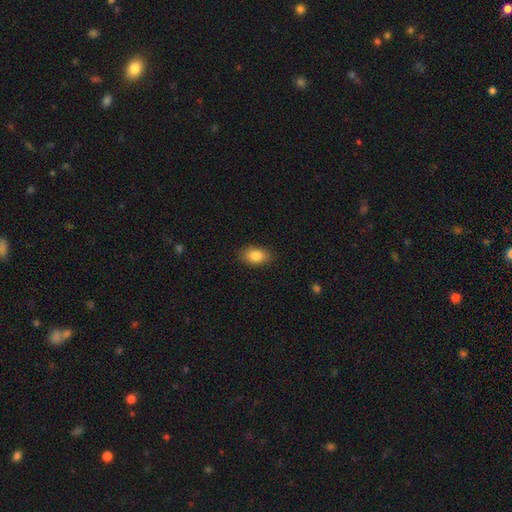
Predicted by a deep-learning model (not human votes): smooth 86%, star or artifact 8%, featured or disk 6%. Down the decision tree: how rounded — in between (87%); merging — none (87%).